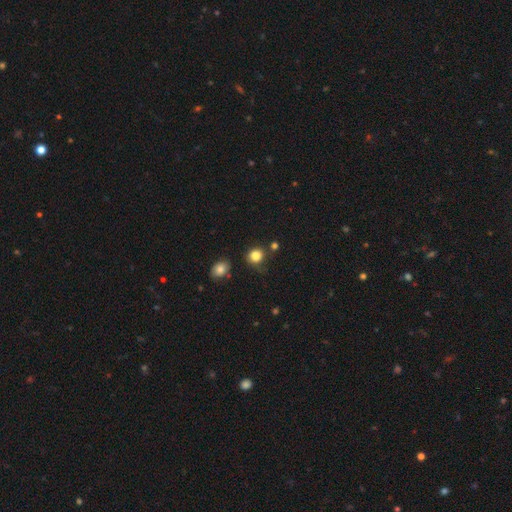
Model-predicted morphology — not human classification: type=smooth (84%); roundness=round (78%); merging=none (73%).